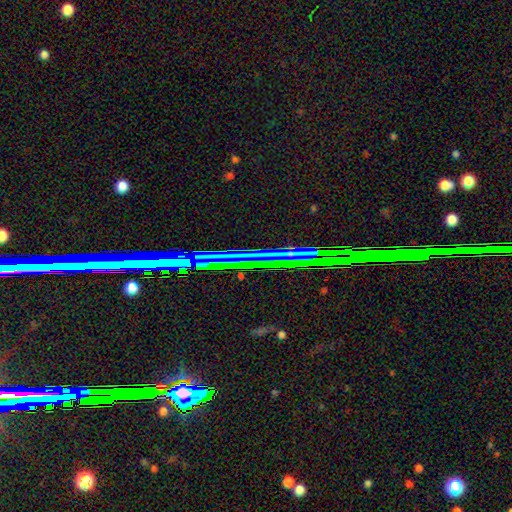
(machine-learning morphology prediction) Overall: star or artifact (69%).